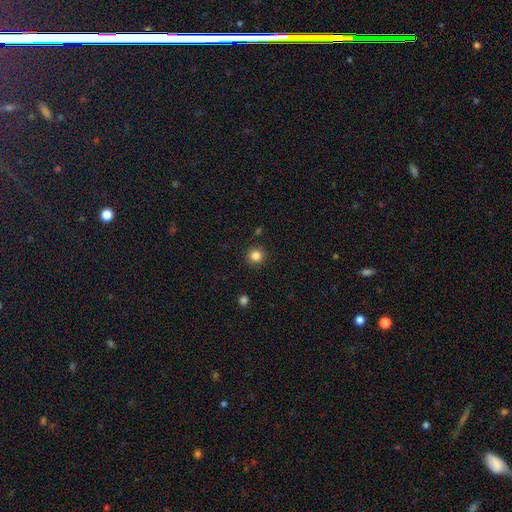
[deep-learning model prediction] smooth_or_featured: smooth (p=0.84) [alt: star or artifact p=0.12]
how_rounded: round (p=0.94) [alt: in between p=0.05]
merging: none (p=0.91) [alt: minor disturbance p=0.06]